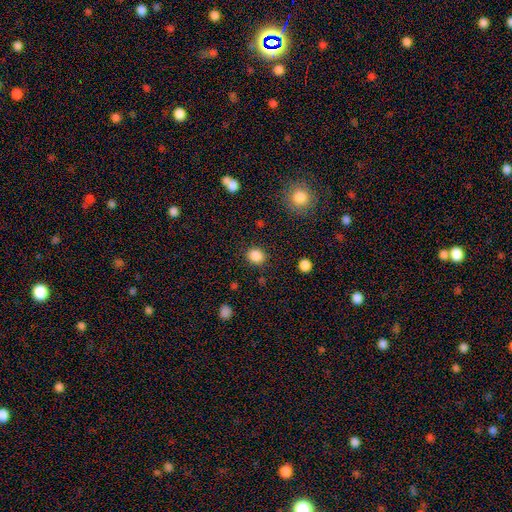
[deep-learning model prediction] A smooth galaxy with no disk features (86%) that is round (77%).

Vote fractions:
- Smooth or featured? smooth: 86% / star or artifact: 10% / featured or disk: 3%
- How rounded? round: 77% / in between: 22% / cigar-shaped: 1%
- Merging? none: 87% / minor disturbance: 8% / major disturbance: 3% / merger: 2%